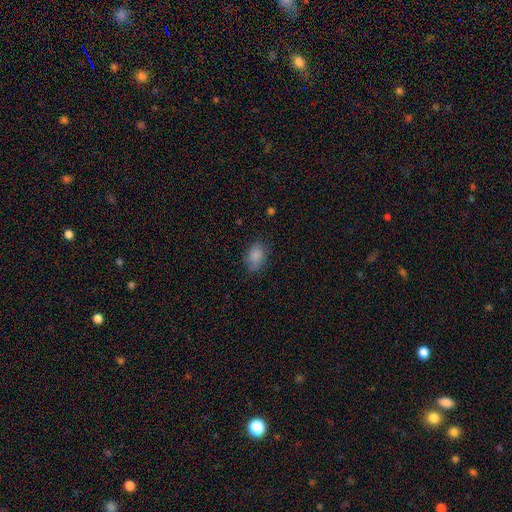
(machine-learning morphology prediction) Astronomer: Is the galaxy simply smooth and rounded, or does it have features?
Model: smooth — 85%.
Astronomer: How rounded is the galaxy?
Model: in between — 78%.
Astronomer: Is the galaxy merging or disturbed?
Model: none — 75%.